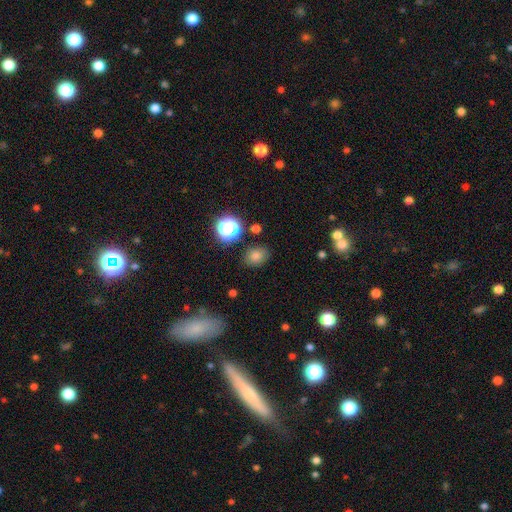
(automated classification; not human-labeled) Morphology: type=smooth (72%); roundness=round (53%); merging=none (84%).